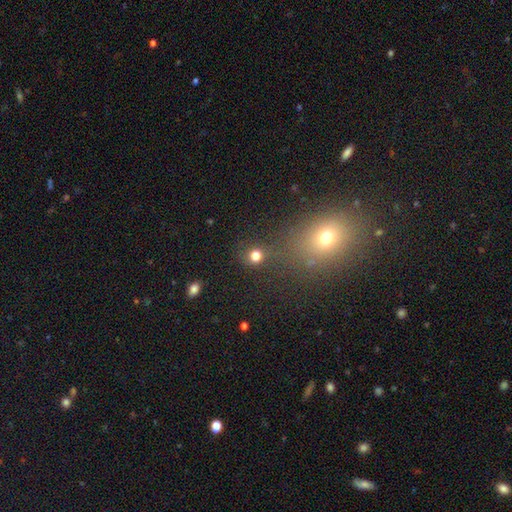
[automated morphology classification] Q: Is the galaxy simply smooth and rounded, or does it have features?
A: smooth — 78%.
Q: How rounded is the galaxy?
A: round — 87%.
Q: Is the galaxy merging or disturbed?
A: none — 73%.